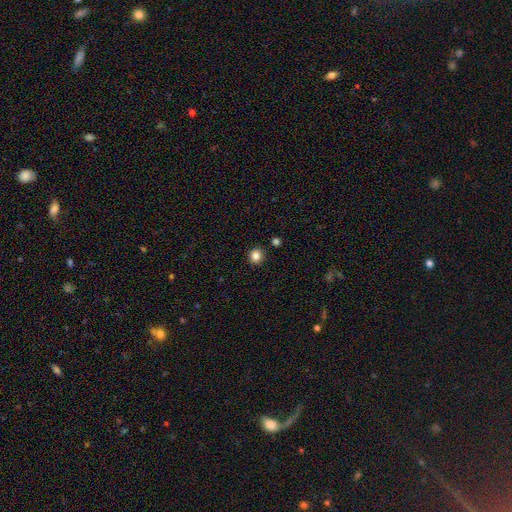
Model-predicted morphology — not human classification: Overall: smooth (83%). How rounded: round (90%). Merging: none (91%).